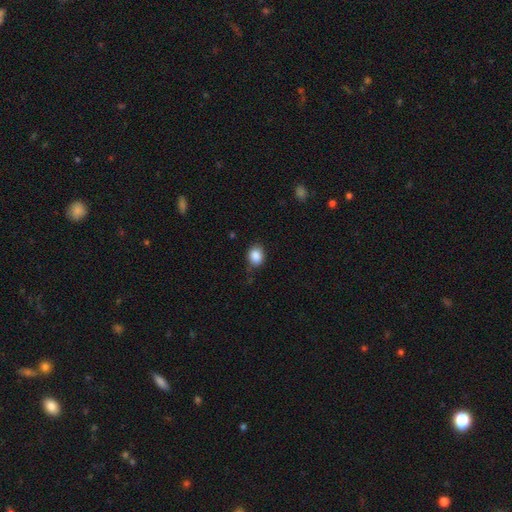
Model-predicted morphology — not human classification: smooth_or_featured: smooth (p=0.87) [alt: star or artifact p=0.09]
how_rounded: round (p=0.56) [alt: in between p=0.43]
merging: none (p=0.76) [alt: minor disturbance p=0.18]